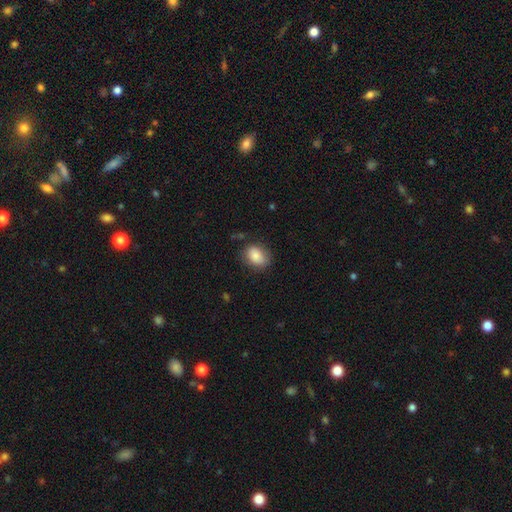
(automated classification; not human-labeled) A smooth galaxy with no disk features (84%) that is in between round and cigar-shaped (70%).

Vote fractions:
- Smooth or featured? smooth: 84% / featured or disk: 8% / star or artifact: 8%
- How rounded? in between: 70% / round: 29% / cigar-shaped: 1%
- Merging? none: 76% / minor disturbance: 18% / major disturbance: 5% / merger: 2%